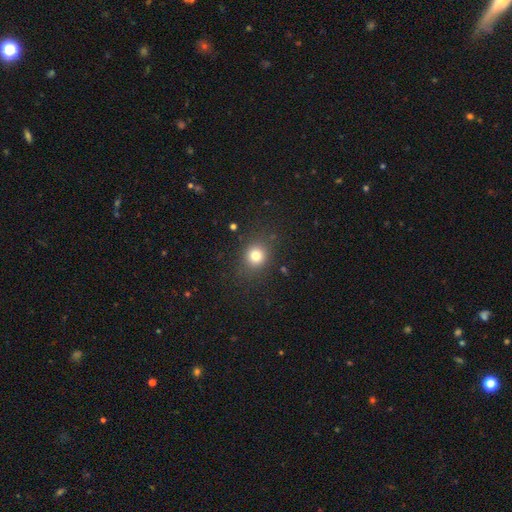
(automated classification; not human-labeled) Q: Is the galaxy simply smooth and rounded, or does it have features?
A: smooth — 79%.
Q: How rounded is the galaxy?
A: round — 81%.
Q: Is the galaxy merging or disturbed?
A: none — 84%.